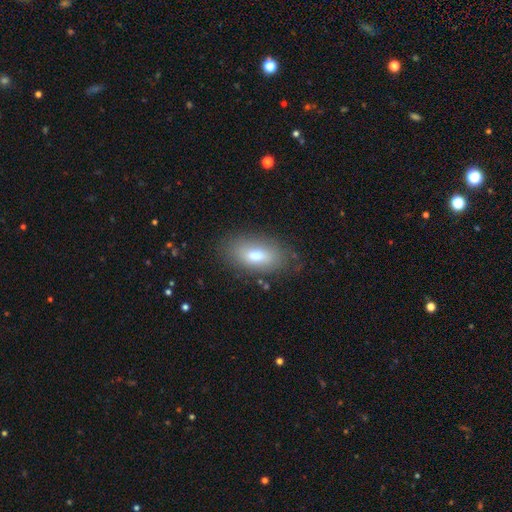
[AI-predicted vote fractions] Smooth or featured? Predicted: smooth (p=0.74). How rounded? Predicted: in between (p=0.90). Merging? Predicted: none (p=0.80).